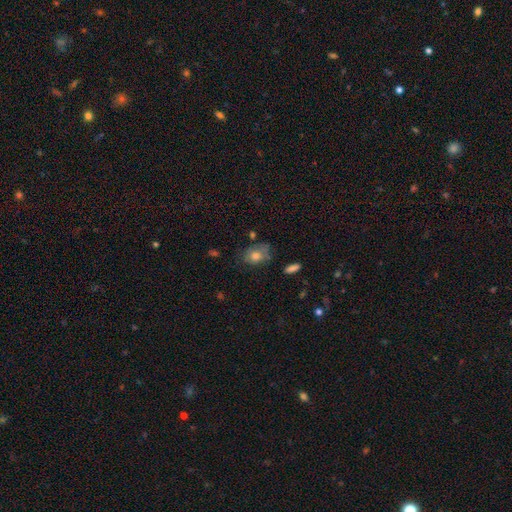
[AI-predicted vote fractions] Smooth or featured? Predicted: smooth (p=0.65). How rounded? Predicted: in between (p=0.65). Merging? Predicted: none (p=0.59).